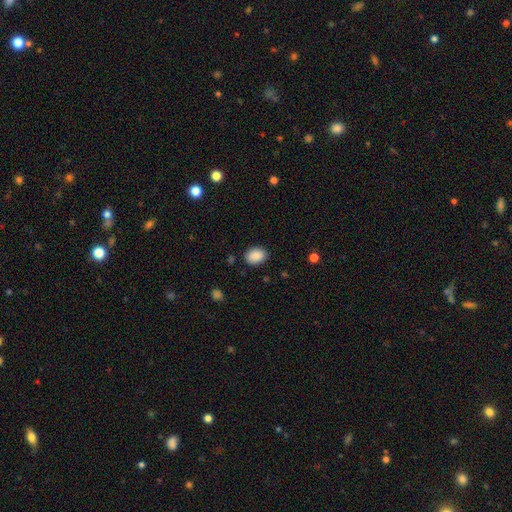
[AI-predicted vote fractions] Smooth or featured? Predicted: smooth (p=0.89). How rounded? Predicted: in between (p=0.66). Merging? Predicted: none (p=0.87).